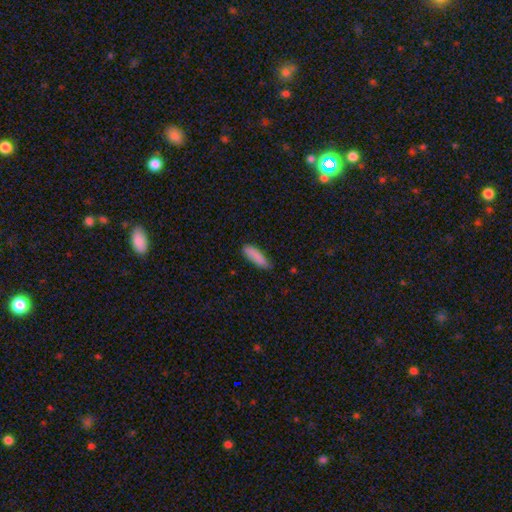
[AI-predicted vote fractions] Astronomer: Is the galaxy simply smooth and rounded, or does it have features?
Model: smooth — 86%.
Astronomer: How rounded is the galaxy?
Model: cigar-shaped — 52% (runner-up: in between, 47%).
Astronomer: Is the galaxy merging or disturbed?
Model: none — 71%.